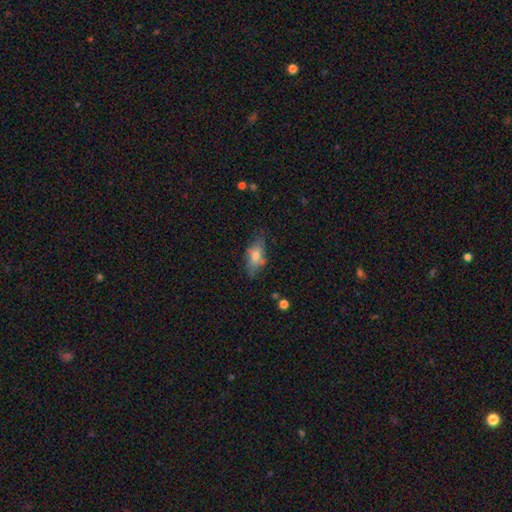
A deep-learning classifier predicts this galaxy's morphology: smooth_or_featured: smooth (p=0.66) [alt: featured or disk p=0.25]
how_rounded: in between (p=0.83) [alt: cigar-shaped p=0.11]
merging: none (p=0.65) [alt: minor disturbance p=0.24]